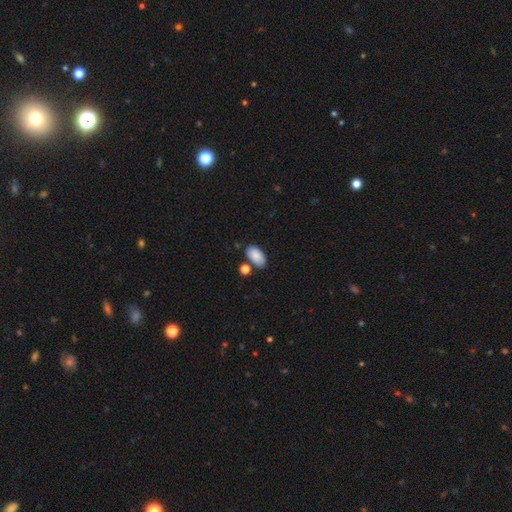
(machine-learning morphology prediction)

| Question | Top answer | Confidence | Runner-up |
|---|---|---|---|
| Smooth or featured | smooth | 87% | star or artifact (7%) |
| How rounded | in between | 95% | round (4%) |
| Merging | none | 71% | minor disturbance (14%) |